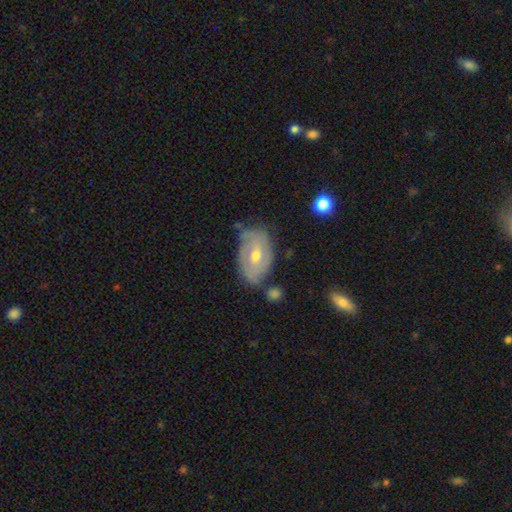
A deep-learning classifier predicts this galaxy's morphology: Overall: featured or disk (60%; smooth 33%). Edge-on disk: no (92%). Bar: no (49%; weak 39%). Spiral arms: yes (60%; no 40%). Bulge size: moderate (59%; small 38%). Merging: none (57%; minor disturbance 29%).